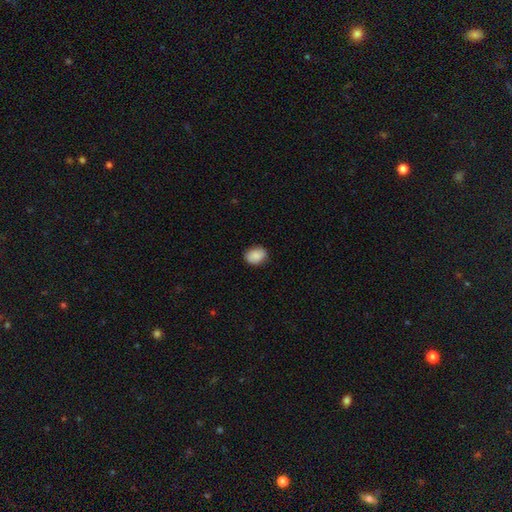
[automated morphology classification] This is clearly a smooth galaxy (84%). How rounded: likely in between (61%). Merging: clearly none (83%).